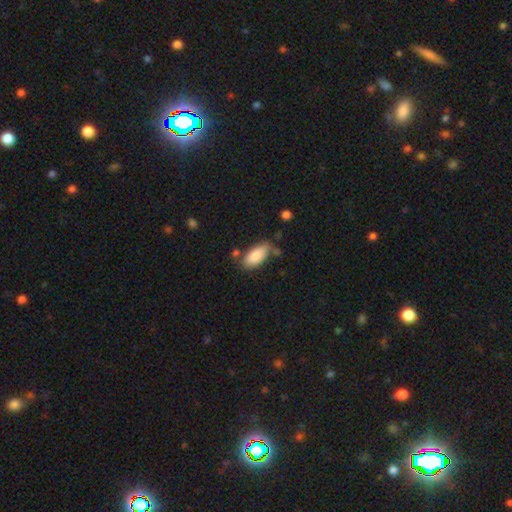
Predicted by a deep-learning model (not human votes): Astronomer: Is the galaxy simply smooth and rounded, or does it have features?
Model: smooth — 86%.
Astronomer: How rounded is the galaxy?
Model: in between — 90%.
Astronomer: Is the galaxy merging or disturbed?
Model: none — 67%.